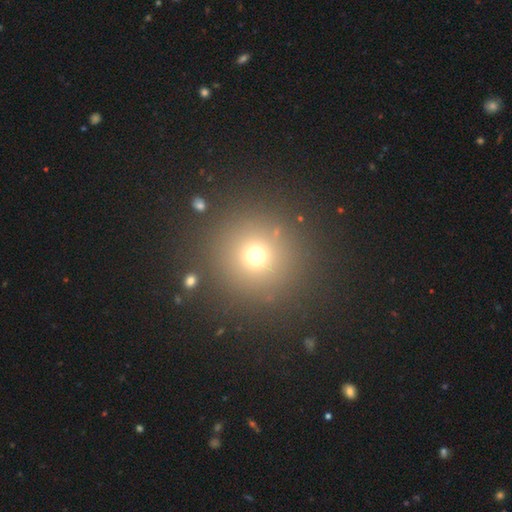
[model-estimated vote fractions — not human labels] Overall: smooth (68%). How rounded: round (94%). Merging: none (87%).